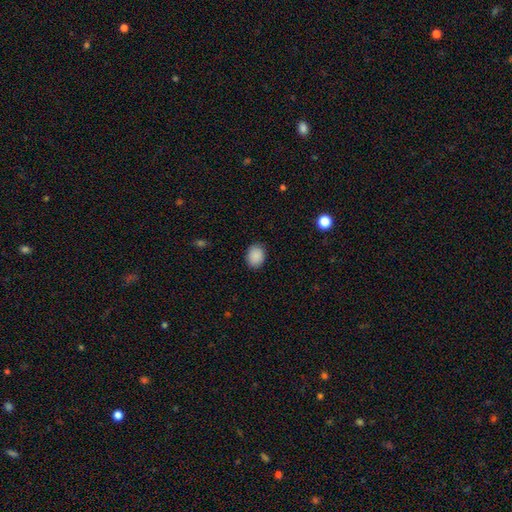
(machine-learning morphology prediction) Smooth or featured? smooth (89%)
How rounded? in between (55%)
Merging? none (88%)